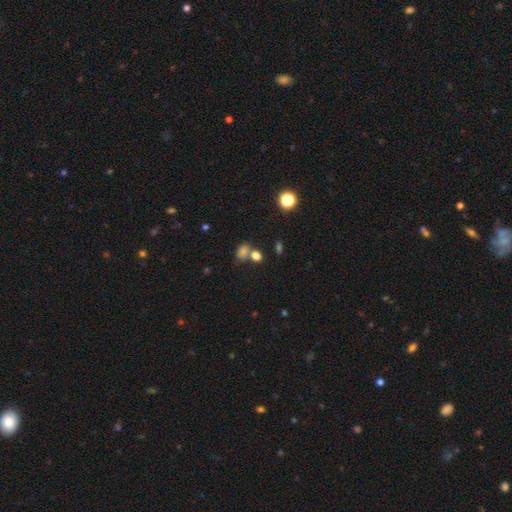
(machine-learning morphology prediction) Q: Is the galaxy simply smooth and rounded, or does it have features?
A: smooth — 74%.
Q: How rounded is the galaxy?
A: in between — 63%.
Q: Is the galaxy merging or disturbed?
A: none — 49%.